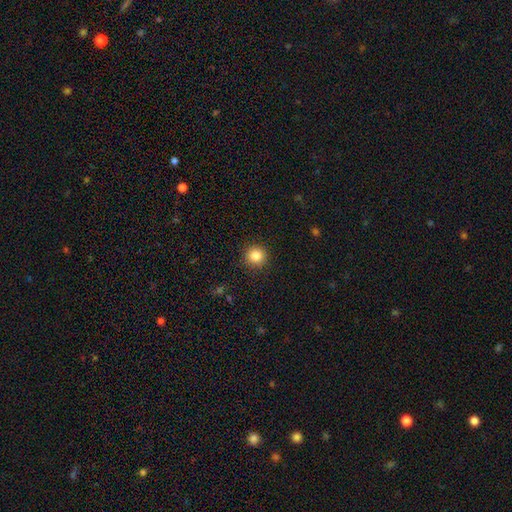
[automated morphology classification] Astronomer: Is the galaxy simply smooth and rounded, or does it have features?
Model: smooth — 84%.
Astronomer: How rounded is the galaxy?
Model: round — 94%.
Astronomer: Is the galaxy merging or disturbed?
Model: none — 92%.